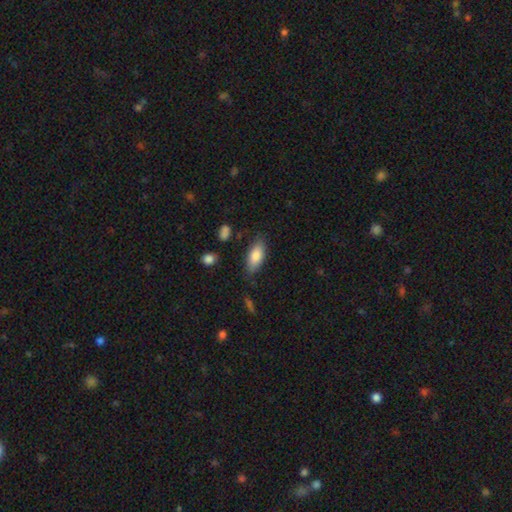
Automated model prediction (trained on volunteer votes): Smooth or featured? smooth (83%)
How rounded? in between (84%)
Merging? none (77%)